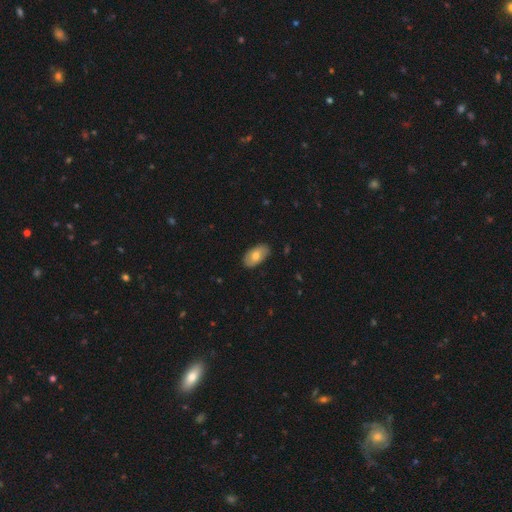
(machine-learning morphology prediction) This appears to be a smooth galaxy with no disk features (69%) that is in between round and cigar-shaped (94%). Merging: none (85%).